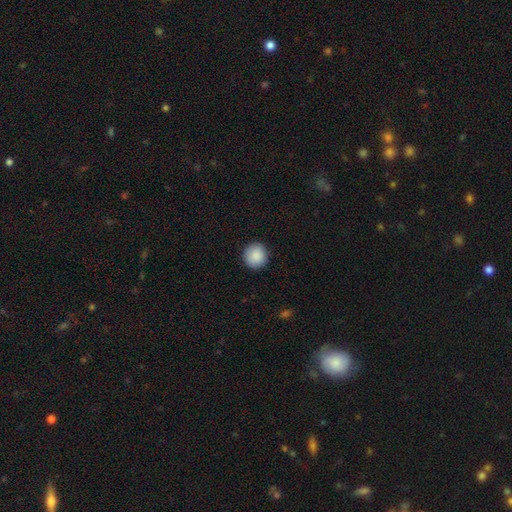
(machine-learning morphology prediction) Smooth or featured? smooth (90%)
How rounded? round (93%)
Merging? none (92%)